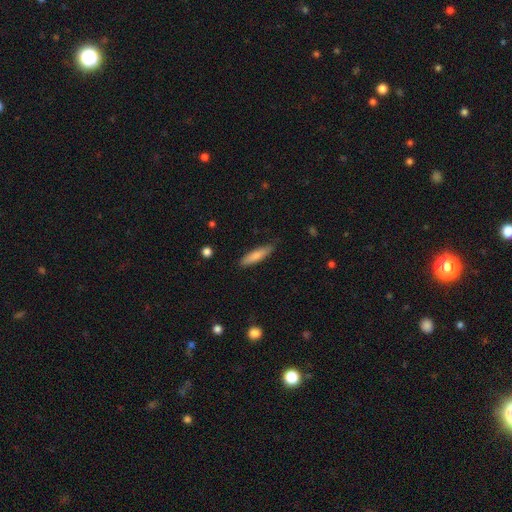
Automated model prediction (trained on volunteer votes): Smooth or featured? smooth (78%)
How rounded? cigar-shaped (76%)
Merging? none (84%)